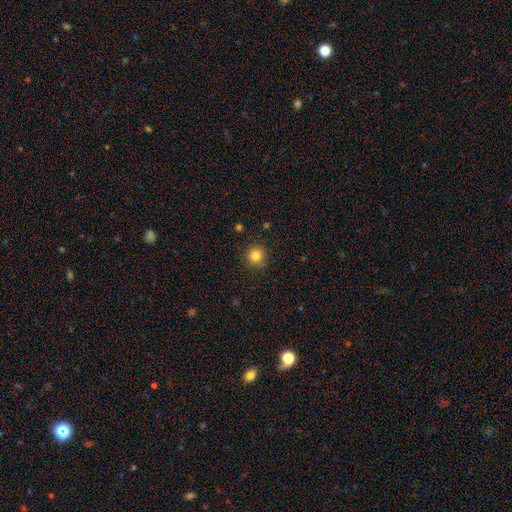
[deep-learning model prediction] smooth_or_featured: smooth (p=0.82) [alt: star or artifact p=0.12]
how_rounded: round (p=0.93) [alt: in between p=0.06]
merging: none (p=0.85) [alt: minor disturbance p=0.10]